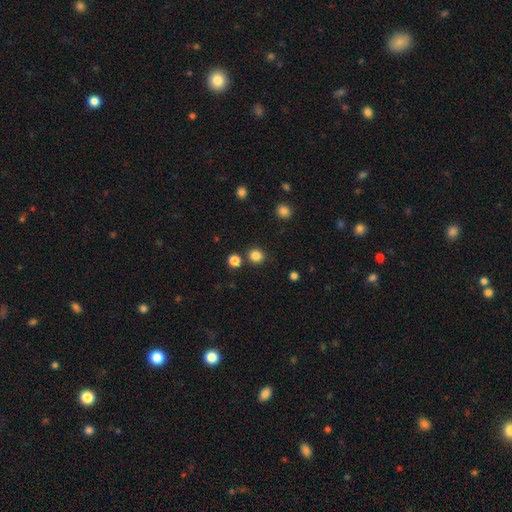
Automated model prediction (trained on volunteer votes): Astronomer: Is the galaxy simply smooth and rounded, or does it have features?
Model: smooth — 83%.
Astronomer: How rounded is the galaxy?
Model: round — 87%.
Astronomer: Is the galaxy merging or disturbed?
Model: none — 83%.